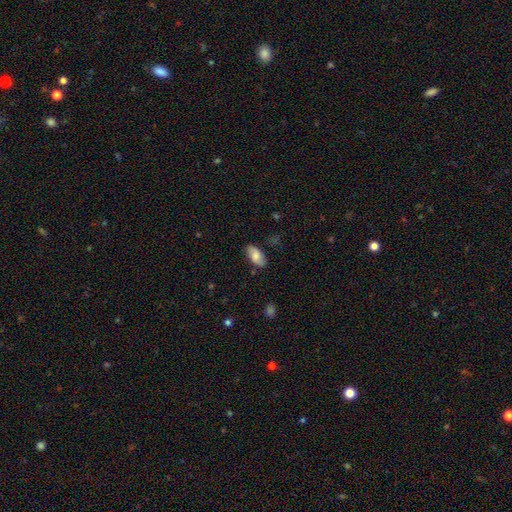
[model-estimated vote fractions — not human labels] Smooth or featured: smooth — 70% (featured or disk — 23%)
How rounded: in between — 92% (cigar-shaped — 5%)
Merging: none — 81% (minor disturbance — 15%)